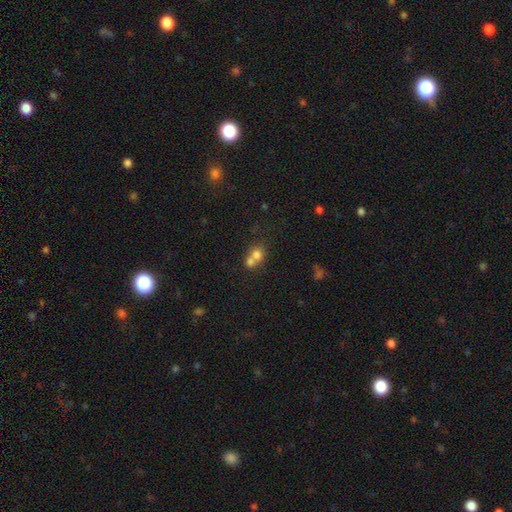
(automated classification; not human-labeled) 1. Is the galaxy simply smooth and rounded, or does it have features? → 69% smooth, 16% featured or disk, 15% star or artifact.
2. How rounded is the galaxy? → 75% round, 24% in between, 1% cigar-shaped.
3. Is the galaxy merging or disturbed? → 62% merger, 30% none, 6% minor disturbance, 3% major disturbance.